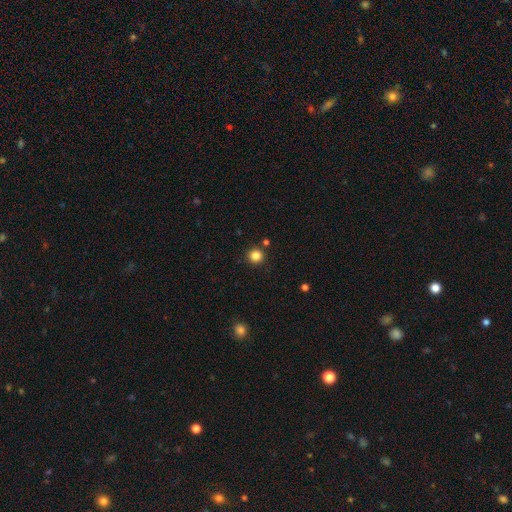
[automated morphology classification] smooth-or-featured: smooth: 84% | star or artifact: 12% | featured or disk: 4%
  how-rounded: round: 95% | in between: 4% | cigar-shaped: 1%
  merging: none: 88% | minor disturbance: 6% | merger: 4% | major disturbance: 2%